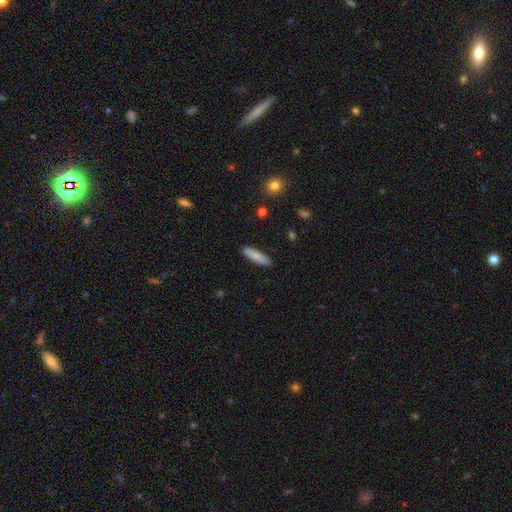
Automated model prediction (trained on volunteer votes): Overall: smooth (81%). How rounded: cigar-shaped (69%; in between 29%). Merging: none (89%).